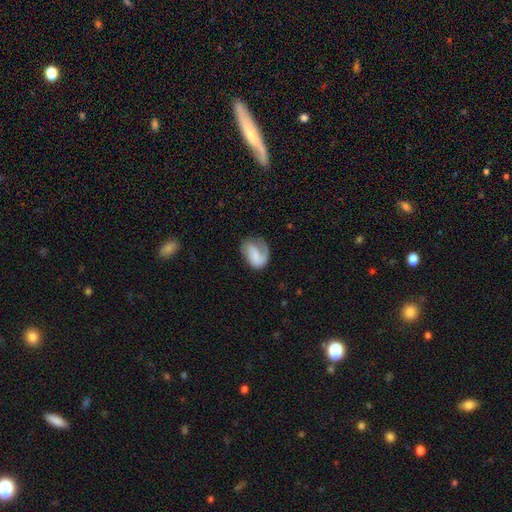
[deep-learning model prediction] Smooth or featured? featured or disk (55%)
Edge-on disk? no (98%)
Bar? no (43%)
Spiral arms? yes (86%)
Bulge size? none (43%)
Merging? none (49%)